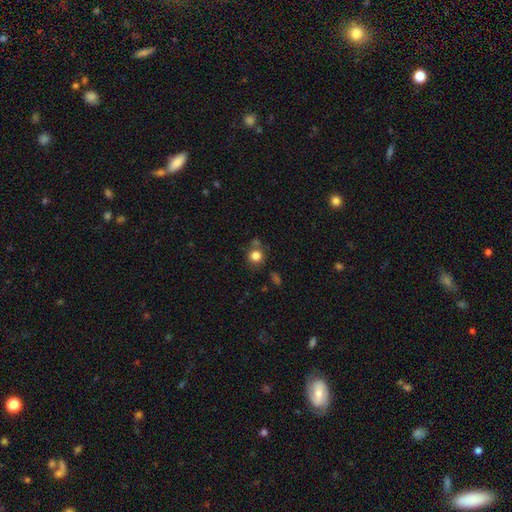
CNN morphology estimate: Smooth or featured?
  - smooth: 82% *
  - star or artifact: 12%
  - featured or disk: 7%
How rounded?
  - round: 87% *
  - in between: 12%
  - cigar-shaped: 1%
Merging?
  - none: 70% *
  - minor disturbance: 13%
  - merger: 12%
  - major disturbance: 5%